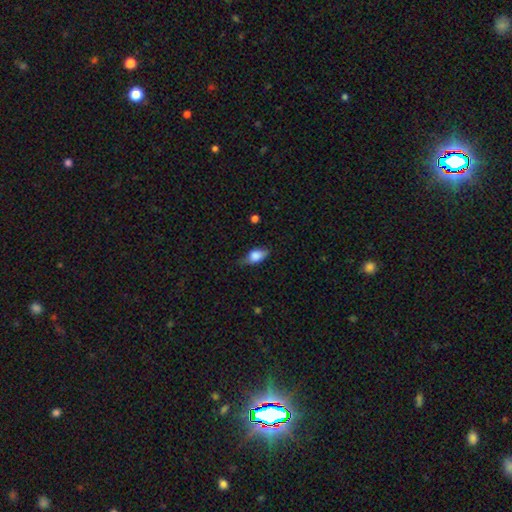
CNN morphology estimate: smooth_or_featured: smooth (p=0.75) [alt: featured or disk p=0.17]
how_rounded: in between (p=0.85) [alt: cigar-shaped p=0.08]
merging: none (p=0.64) [alt: minor disturbance p=0.28]